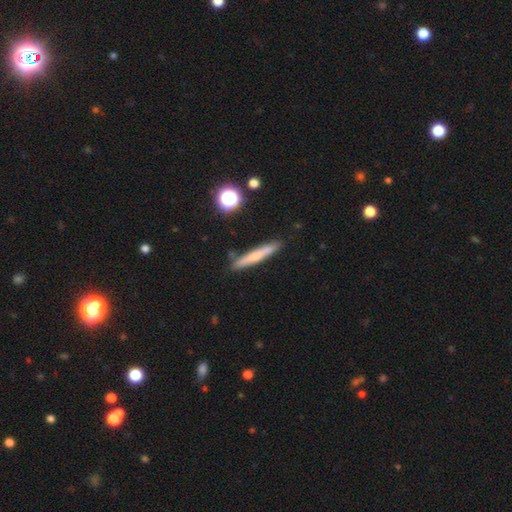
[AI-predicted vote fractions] A smooth galaxy with no disk features (54%) that is cigar-shaped (94%).

Vote fractions:
- Smooth or featured? smooth: 54% / featured or disk: 37% / star or artifact: 8%
- How rounded? cigar-shaped: 94% / in between: 4% / round: 2%
- Merging? none: 85% / minor disturbance: 10% / merger: 3% / major disturbance: 2%